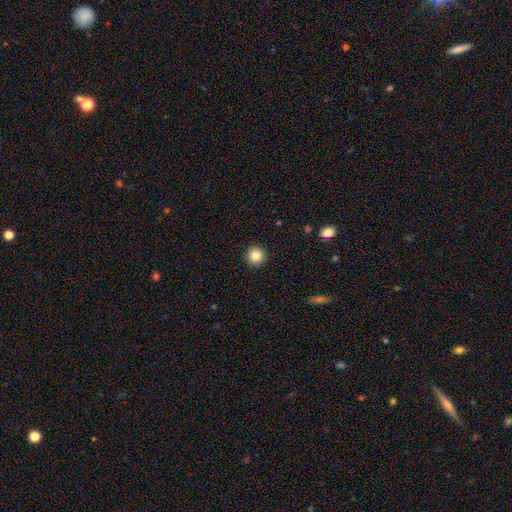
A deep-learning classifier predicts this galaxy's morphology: Q: Smooth or featured?
A: smooth (84%); runner-up: star or artifact (10%)
Q: How rounded?
A: round (96%); runner-up: in between (4%)
Q: Merging?
A: none (93%); runner-up: minor disturbance (4%)